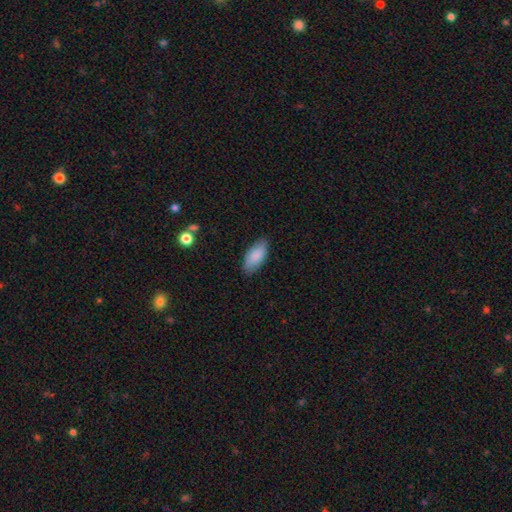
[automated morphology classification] Smooth or featured: smooth — 88% (featured or disk — 6%)
How rounded: in between — 89% (cigar-shaped — 9%)
Merging: none — 84% (minor disturbance — 12%)